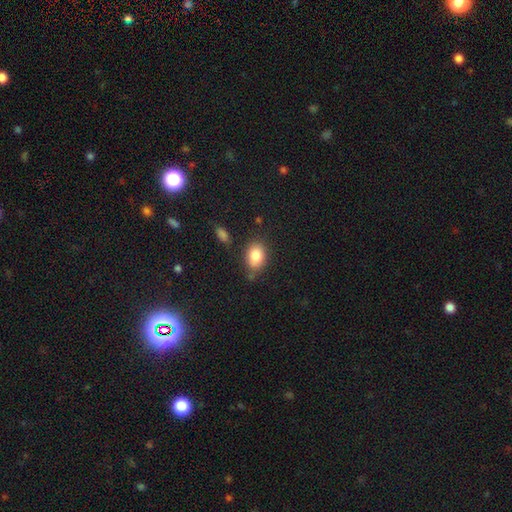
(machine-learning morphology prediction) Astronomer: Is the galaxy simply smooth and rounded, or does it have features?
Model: smooth — 84%.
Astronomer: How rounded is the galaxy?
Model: in between — 75%.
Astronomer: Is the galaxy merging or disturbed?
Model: none — 76%.